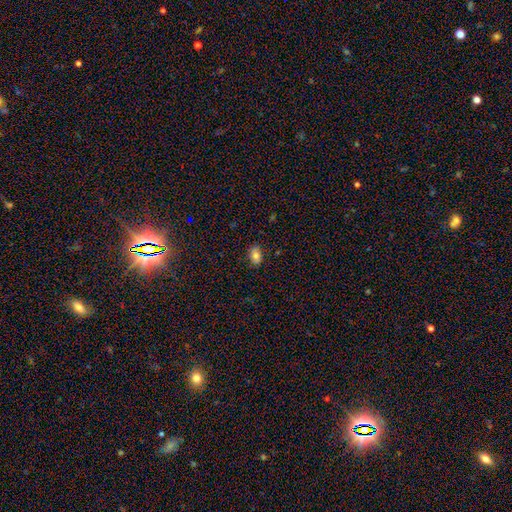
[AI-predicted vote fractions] smooth 80%, featured or disk 10%, star or artifact 9%. Down the decision tree: how rounded — in between (87%); merging — none (86%).